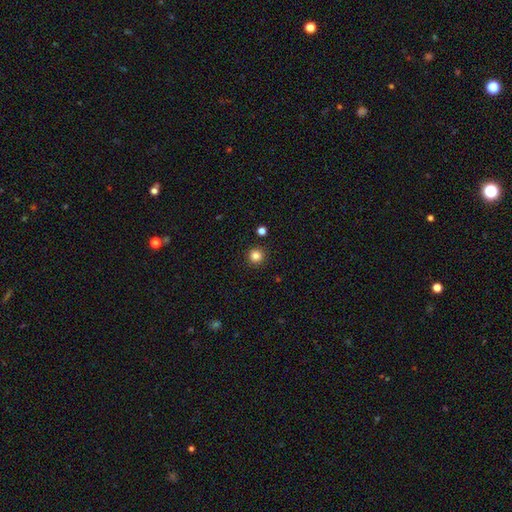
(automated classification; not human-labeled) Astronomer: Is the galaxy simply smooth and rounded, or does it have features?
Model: smooth — 84%.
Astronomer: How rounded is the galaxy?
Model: round — 95%.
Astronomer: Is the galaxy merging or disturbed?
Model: none — 92%.